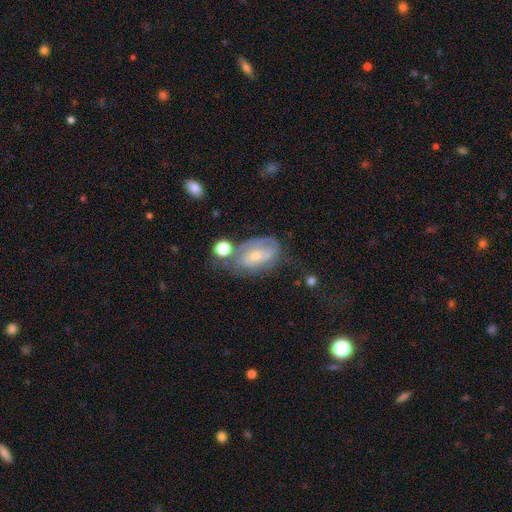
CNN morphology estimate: This appears to be a featured or disk galaxy (64%) with no bar (57%), spiral arms (71%) and a small central bulge (64%). Merging: none (45%).